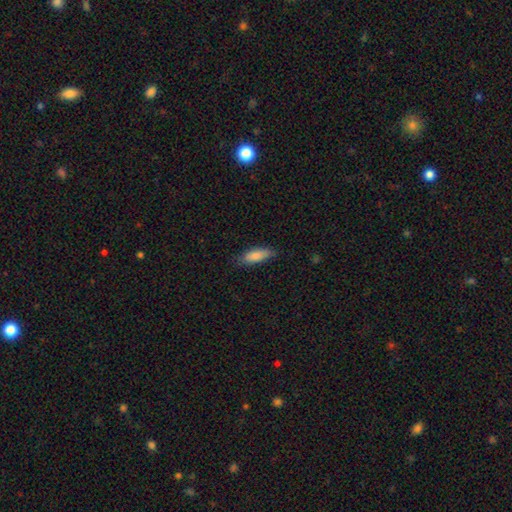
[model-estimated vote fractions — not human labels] Overall: smooth (85%). How rounded: in between (65%; cigar-shaped 33%). Merging: none (78%).